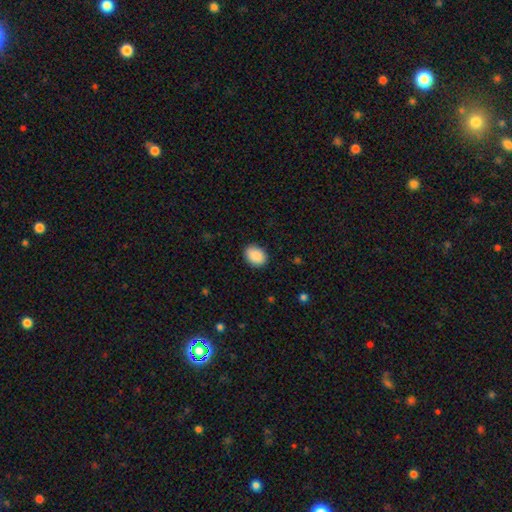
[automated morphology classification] Smooth or featured: smooth — 91% (star or artifact — 7%)
How rounded: in between — 75% (round — 24%)
Merging: none — 88% (minor disturbance — 8%)